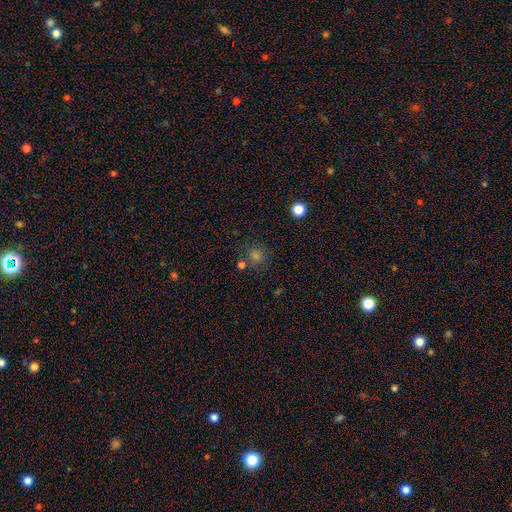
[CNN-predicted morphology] The model was most divided on "smooth or featured": smooth: 55%, star or artifact: 34%, featured or disk: 12%. More confident: how rounded — round (80%); merging — none (71%).